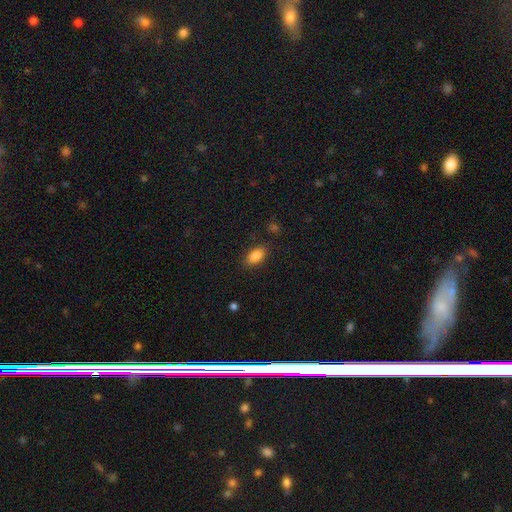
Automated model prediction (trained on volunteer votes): Overall: smooth (86%). How rounded: in between (90%). Merging: none (84%).